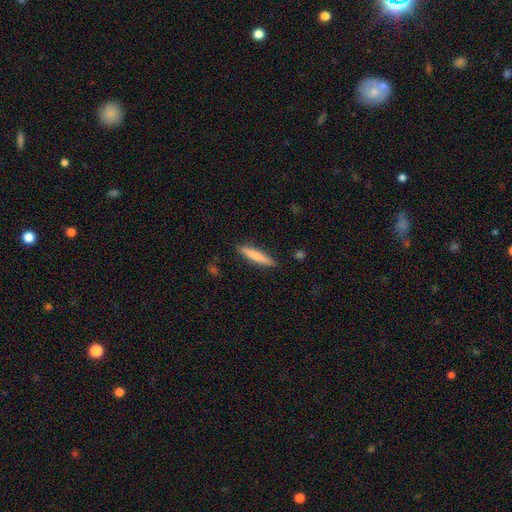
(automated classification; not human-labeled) smooth-or-featured: smooth: 76% | featured or disk: 18% | star or artifact: 6%
  how-rounded: cigar-shaped: 90% | in between: 9% | round: 1%
  merging: none: 88% | minor disturbance: 9% | major disturbance: 2% | merger: 1%